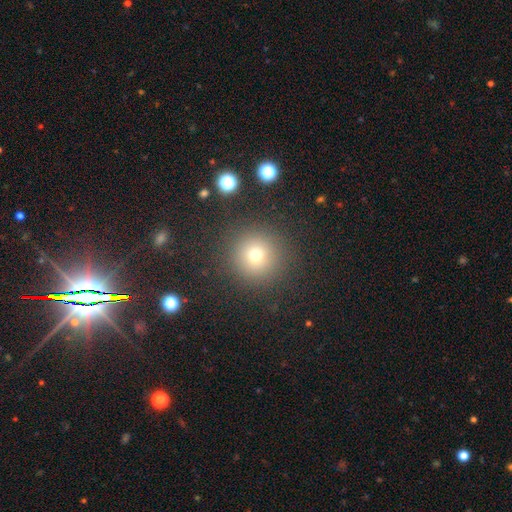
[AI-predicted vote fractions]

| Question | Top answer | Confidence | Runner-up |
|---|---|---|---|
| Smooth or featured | smooth | 72% | star or artifact (18%) |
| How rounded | round | 95% | in between (4%) |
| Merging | none | 89% | minor disturbance (6%) |